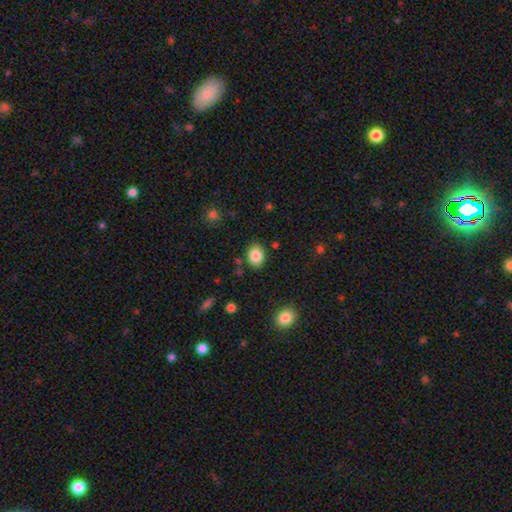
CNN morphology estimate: Smooth or featured? Predicted: smooth (p=0.86). How rounded? Predicted: in between (p=0.58). Merging? Predicted: none (p=0.85).